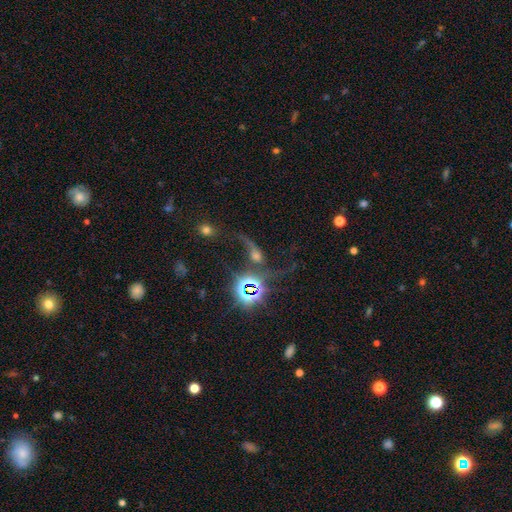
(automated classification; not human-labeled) featured or disk 42%, star or artifact 40%, smooth 18%. Down the decision tree: merging — none (43%).